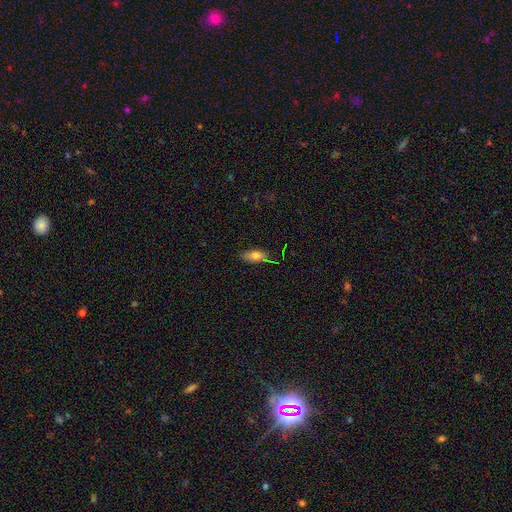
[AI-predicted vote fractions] smooth 70%, featured or disk 18%, star or artifact 11%. Down the decision tree: how rounded — in between (80%); merging — none (73%).